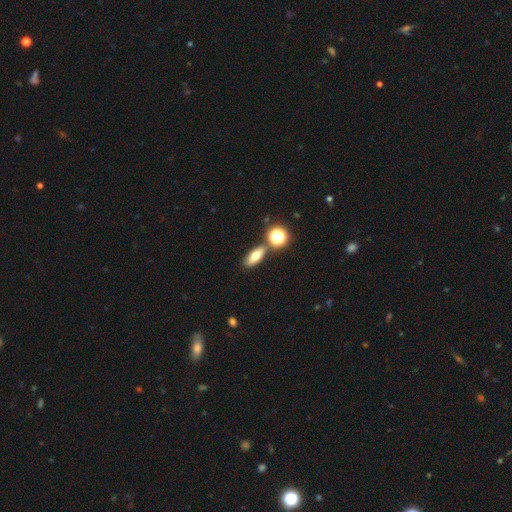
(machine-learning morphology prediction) smooth_or_featured: smooth (p=0.69) [alt: featured or disk p=0.18]
how_rounded: in between (p=0.64) [alt: cigar-shaped p=0.25]
merging: none (p=0.77) [alt: merger p=0.11]